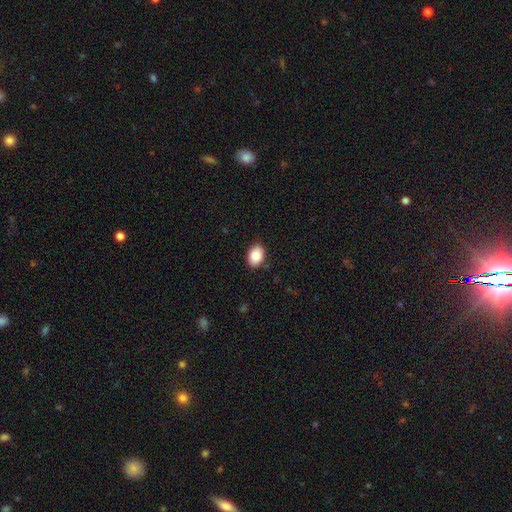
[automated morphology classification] A smooth galaxy with no disk features (88%) that is in between round and cigar-shaped (79%).

Vote fractions:
- Smooth or featured? smooth: 88% / star or artifact: 7% / featured or disk: 4%
- How rounded? in between: 79% / round: 20% / cigar-shaped: 1%
- Merging? none: 86% / minor disturbance: 11% / major disturbance: 2% / merger: 1%